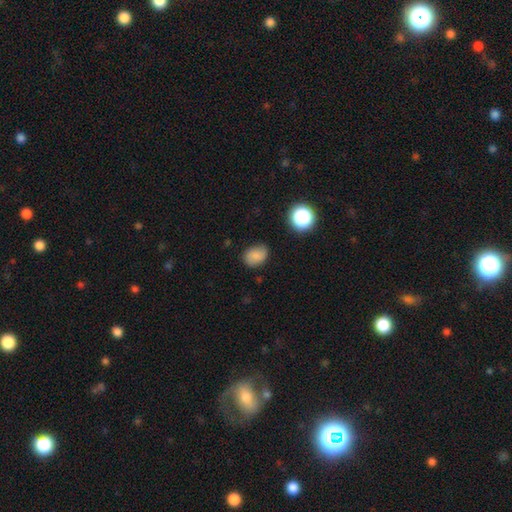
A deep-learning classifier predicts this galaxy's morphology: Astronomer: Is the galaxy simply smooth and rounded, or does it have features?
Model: smooth — 76%.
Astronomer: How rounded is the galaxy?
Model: in between — 64%.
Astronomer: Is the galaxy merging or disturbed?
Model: none — 75%.